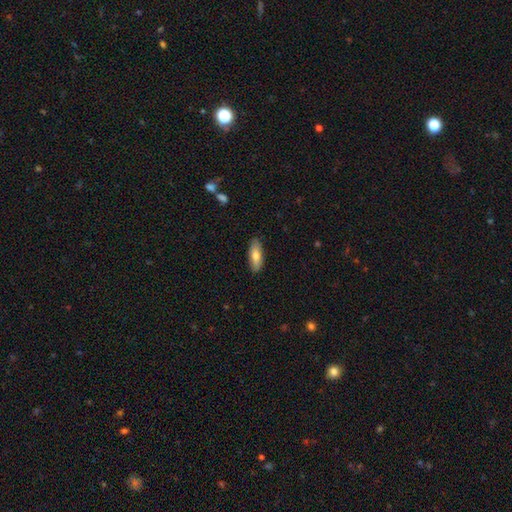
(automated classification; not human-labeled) A smooth galaxy with no disk features (74%) that is in between round and cigar-shaped (62%).

Vote fractions:
- Smooth or featured? smooth: 74% / featured or disk: 20% / star or artifact: 6%
- How rounded? in between: 62% / cigar-shaped: 35% / round: 2%
- Merging? none: 87% / minor disturbance: 10% / major disturbance: 2% / merger: 1%